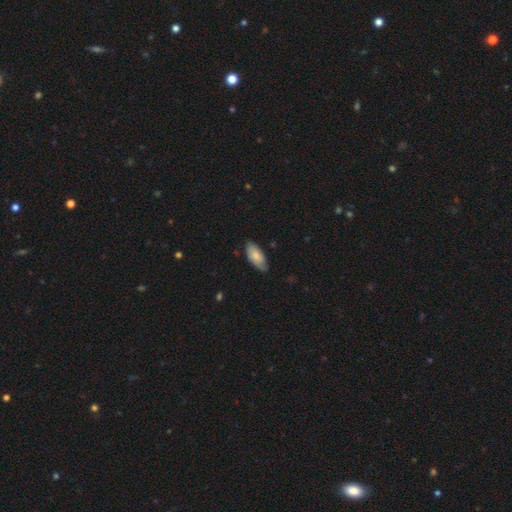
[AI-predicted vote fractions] A smooth galaxy with no disk features (77%) that is in between round and cigar-shaped (89%).

Vote fractions:
- Smooth or featured? smooth: 77% / featured or disk: 17% / star or artifact: 6%
- How rounded? in between: 89% / cigar-shaped: 9% / round: 2%
- Merging? none: 74% / minor disturbance: 22% / major disturbance: 3% / merger: 1%